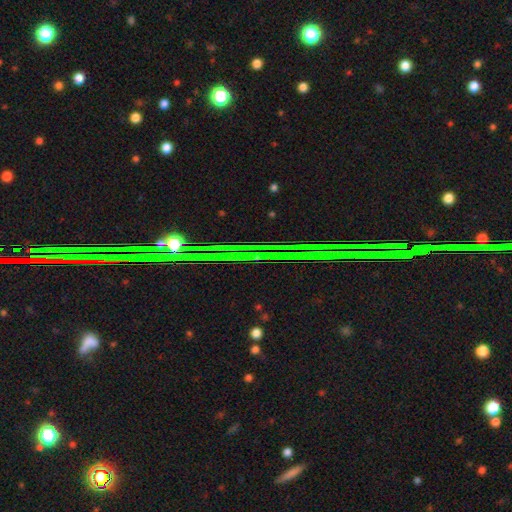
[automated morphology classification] This is clearly a star or artifact rather than a galaxy (84%).